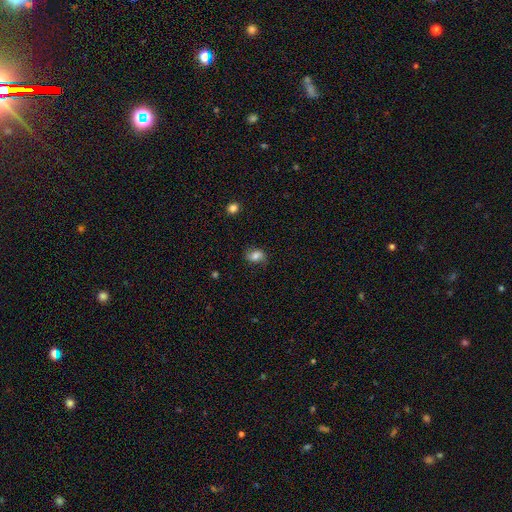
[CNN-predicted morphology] Smooth or featured: smooth — 69% (featured or disk — 21%)
How rounded: in between — 65% (round — 33%)
Merging: none — 75% (minor disturbance — 18%)